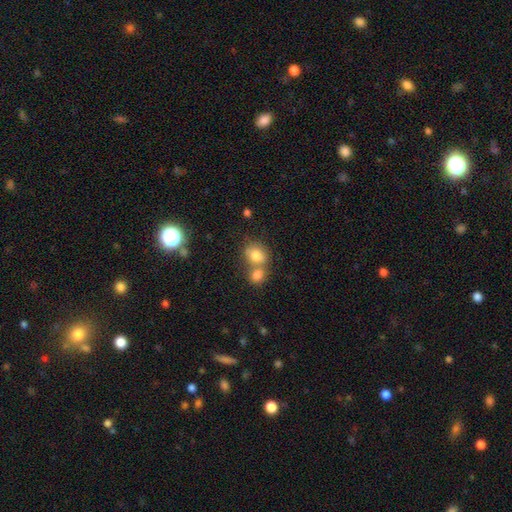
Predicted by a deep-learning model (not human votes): A smooth galaxy with no disk features (79%) that is in between round and cigar-shaped (50%). Merging: merger (54%).